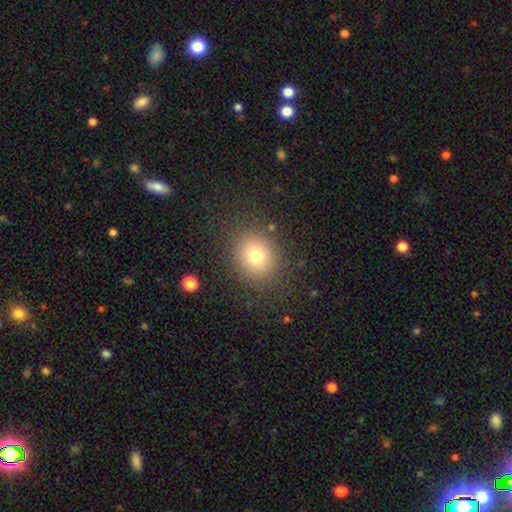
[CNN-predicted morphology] smooth-or-featured: smooth: 74% | star or artifact: 15% | featured or disk: 11%
  how-rounded: round: 71% | in between: 28% | cigar-shaped: 1%
  merging: none: 85% | minor disturbance: 9% | major disturbance: 5% | merger: 2%